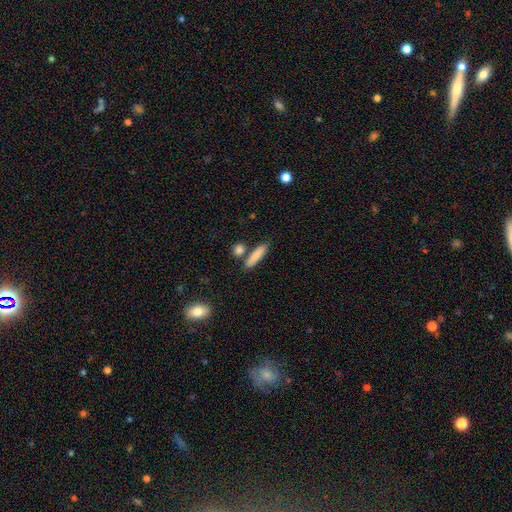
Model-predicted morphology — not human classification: type=smooth (84%); roundness=cigar-shaped (75%); merging=none (76%).